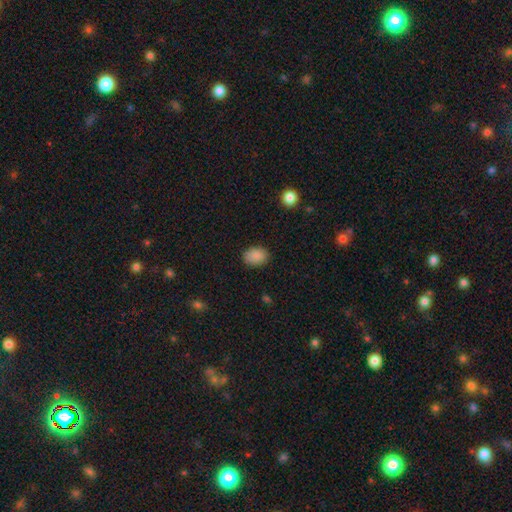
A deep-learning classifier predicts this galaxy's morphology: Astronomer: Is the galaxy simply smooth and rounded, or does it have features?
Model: smooth — 88%.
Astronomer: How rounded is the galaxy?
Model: in between — 68%.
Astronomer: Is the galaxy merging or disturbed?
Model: none — 85%.